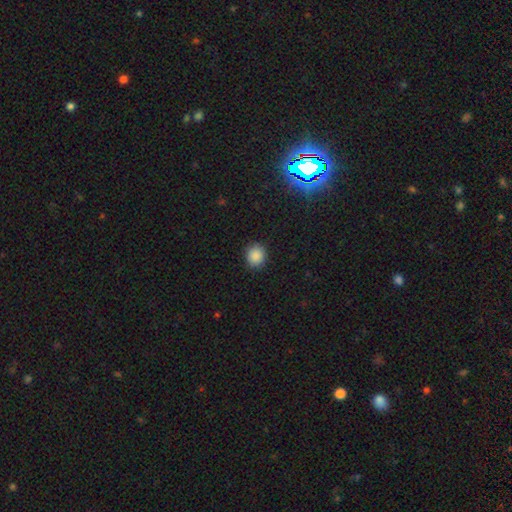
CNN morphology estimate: The model was most divided on "how rounded": round: 85%, in between: 14%, cigar-shaped: 1%. More confident: merging — none (89%); smooth or featured — smooth (87%).